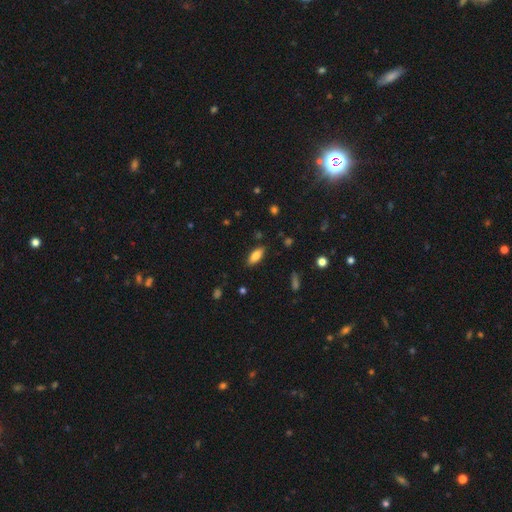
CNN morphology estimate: smooth 81%, featured or disk 11%, star or artifact 8%. Down the decision tree: how rounded — in between (81%); merging — none (86%).